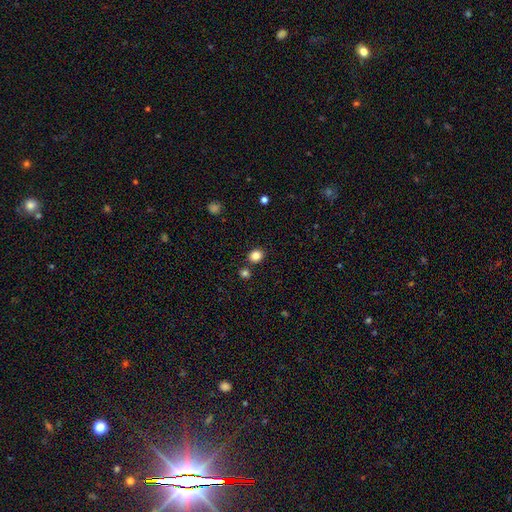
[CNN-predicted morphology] This is clearly a smooth galaxy (84%). How rounded: likely round (67%). Merging: clearly none (82%).